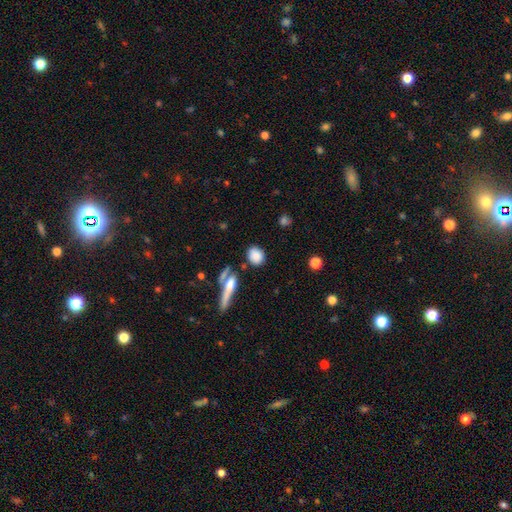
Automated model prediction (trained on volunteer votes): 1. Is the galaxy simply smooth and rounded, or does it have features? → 83% smooth, 8% star or artifact, 8% featured or disk.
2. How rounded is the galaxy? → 62% round, 33% in between, 4% cigar-shaped.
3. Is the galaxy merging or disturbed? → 73% none, 13% minor disturbance, 9% merger, 5% major disturbance.